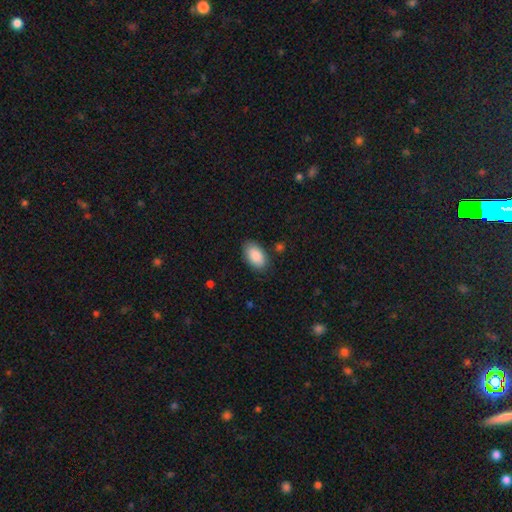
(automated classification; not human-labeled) smooth_or_featured: smooth (p=0.89) [alt: star or artifact p=0.06]
how_rounded: in between (p=0.95) [alt: round p=0.04]
merging: none (p=0.83) [alt: minor disturbance p=0.12]